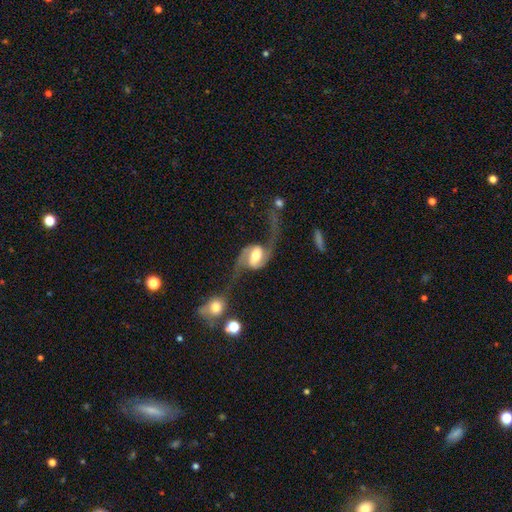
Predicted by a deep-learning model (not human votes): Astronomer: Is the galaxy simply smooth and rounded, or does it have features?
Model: featured or disk — 87%.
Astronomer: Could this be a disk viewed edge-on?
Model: no — 97%.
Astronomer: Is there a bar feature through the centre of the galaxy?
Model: weak — 46% (runner-up: strong, 36%).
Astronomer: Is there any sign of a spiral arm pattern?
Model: yes — 96%.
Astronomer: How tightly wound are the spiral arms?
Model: loose — 79%.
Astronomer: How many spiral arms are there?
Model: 2 — 93%.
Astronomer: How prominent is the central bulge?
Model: moderate — 58%.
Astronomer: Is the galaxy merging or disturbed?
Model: none — 47%.